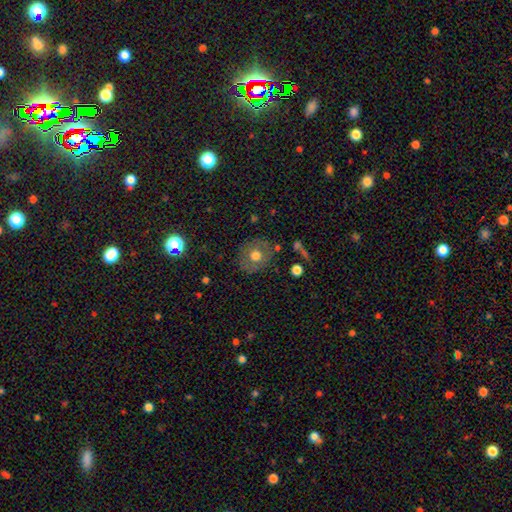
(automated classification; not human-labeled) This is likely a smooth galaxy (62%). How rounded: likely round (75%). Merging: likely none (78%).